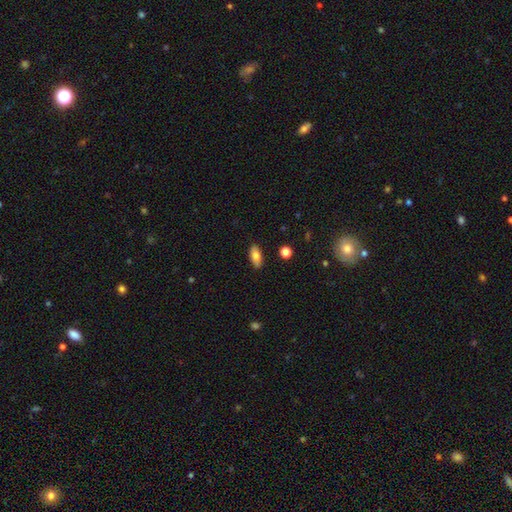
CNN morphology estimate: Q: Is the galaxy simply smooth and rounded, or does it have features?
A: smooth — 78%.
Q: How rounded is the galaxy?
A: in between — 83%.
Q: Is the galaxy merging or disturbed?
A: none — 88%.